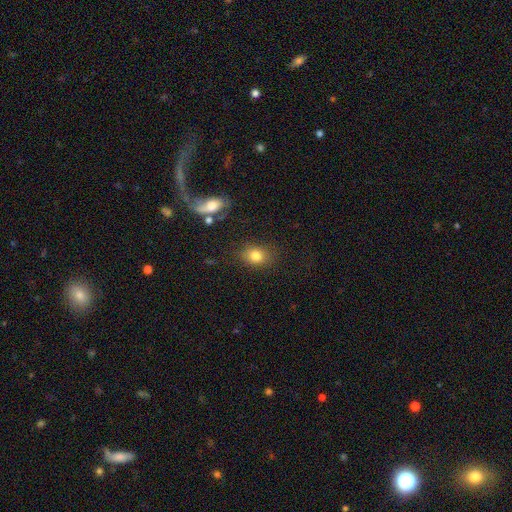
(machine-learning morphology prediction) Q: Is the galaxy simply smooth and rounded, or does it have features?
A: smooth — 81%.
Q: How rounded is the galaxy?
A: in between — 58%.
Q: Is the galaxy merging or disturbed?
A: none — 77%.